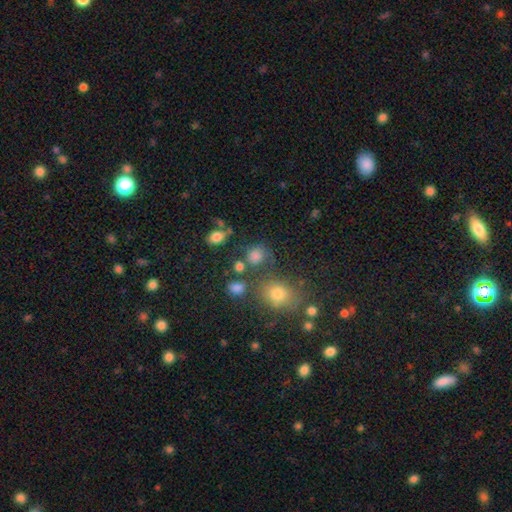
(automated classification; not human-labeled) Overall: smooth (76%). How rounded: round (69%; in between 29%). Merging: none (60%).